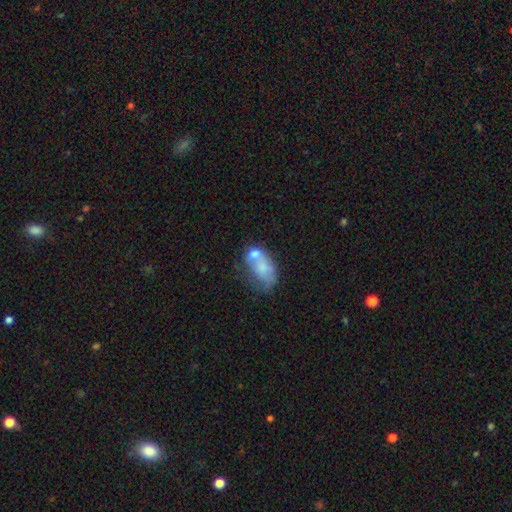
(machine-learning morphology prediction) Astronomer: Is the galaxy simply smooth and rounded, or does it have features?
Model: smooth — 57% (runner-up: featured or disk, 34%).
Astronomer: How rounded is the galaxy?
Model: in between — 86%.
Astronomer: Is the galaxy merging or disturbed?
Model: merger — 47%.